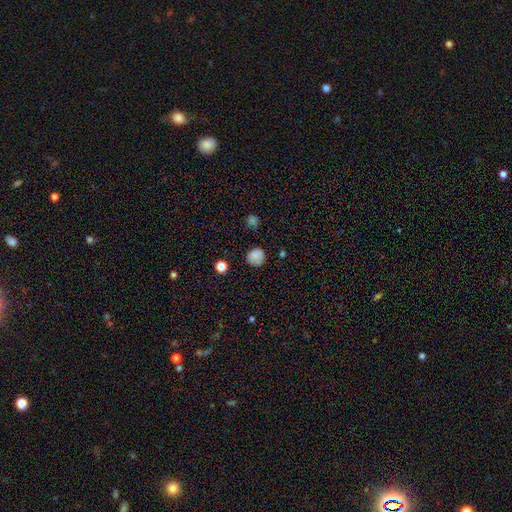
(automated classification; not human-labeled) Smooth or featured? smooth (83%)
How rounded? round (91%)
Merging? none (82%)